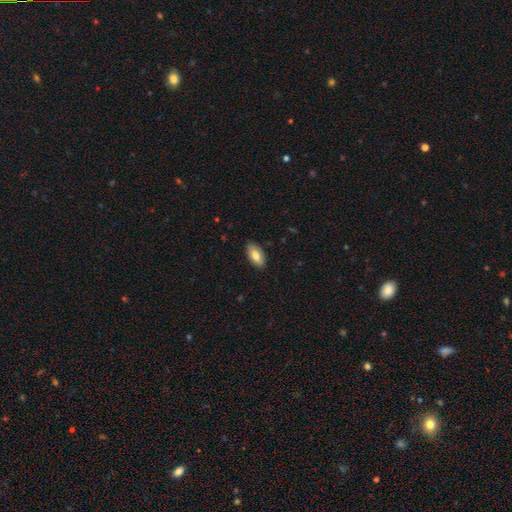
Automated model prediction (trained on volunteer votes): This appears to be a smooth galaxy with no disk features (78%) that is in between round and cigar-shaped (91%). Merging: none (87%).